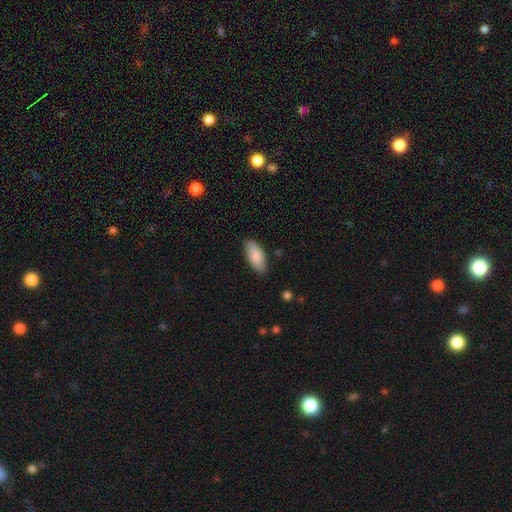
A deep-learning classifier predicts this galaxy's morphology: smooth_or_featured: smooth (p=0.84) [alt: featured or disk p=0.10]
how_rounded: in between (p=0.87) [alt: cigar-shaped p=0.11]
merging: none (p=0.83) [alt: minor disturbance p=0.13]